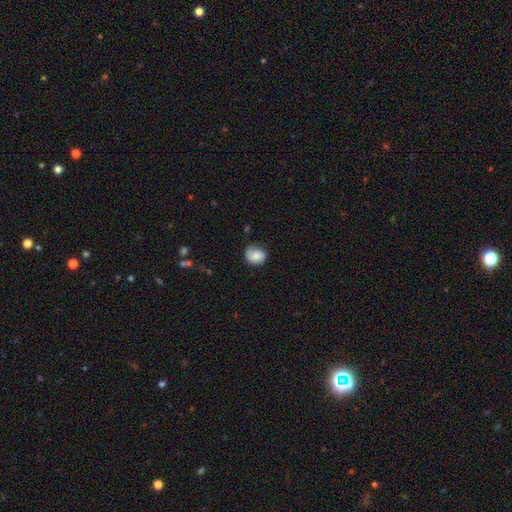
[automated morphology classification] Overall: smooth (60%; featured or disk 32%). How rounded: round (69%; in between 30%). Merging: none (62%; minor disturbance 28%).